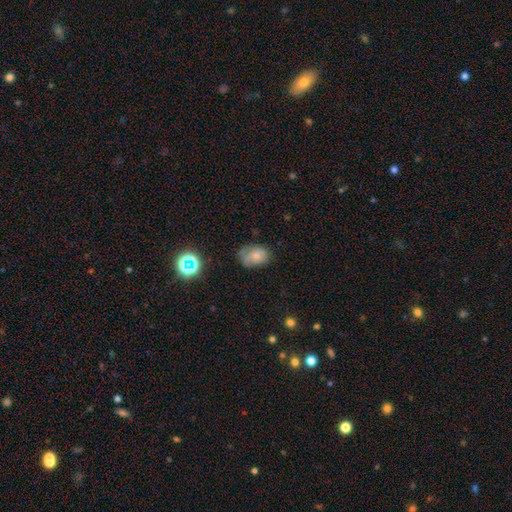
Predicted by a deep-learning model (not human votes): This is likely a smooth galaxy (69%). How rounded: likely in between (74%). Merging: possibly none (50%).